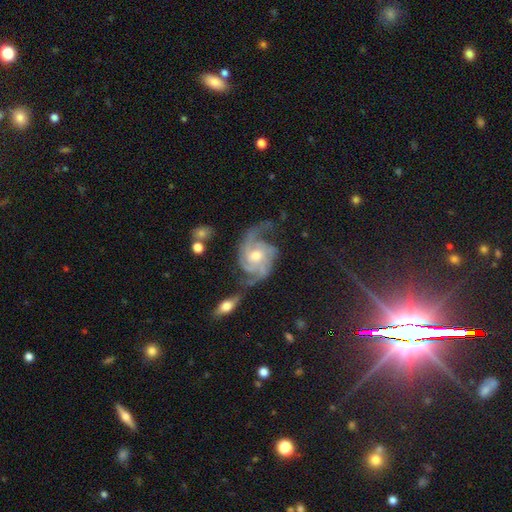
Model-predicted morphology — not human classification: featured or disk 90%, smooth 5%, star or artifact 5%. Down the decision tree: edge-on disk — no (98%); bar — no (65%); spiral arms — yes (98%); spiral arm count — 2 (40%); spiral winding — medium (49%); bulge size — moderate (68%); merging — none (51%).